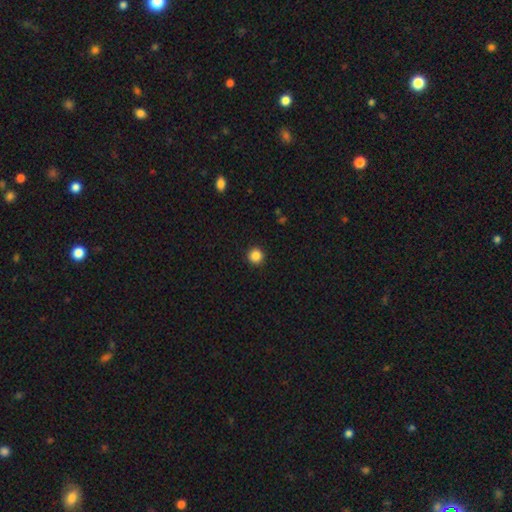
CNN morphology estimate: This is clearly a smooth galaxy (86%). How rounded: clearly round (96%). Merging: clearly none (93%).